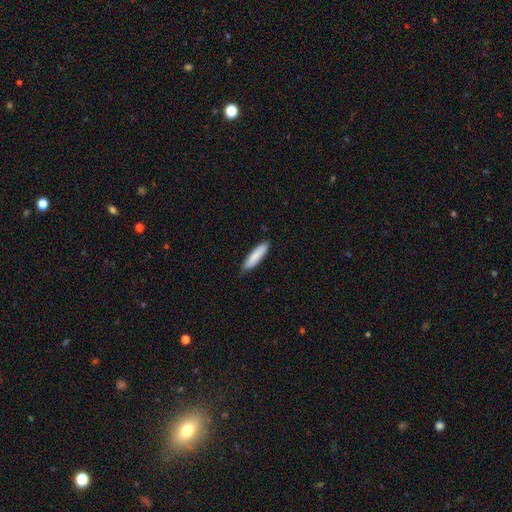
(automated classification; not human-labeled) smooth 85%, featured or disk 9%, star or artifact 6%. Down the decision tree: how rounded — cigar-shaped (76%); merging — none (80%).